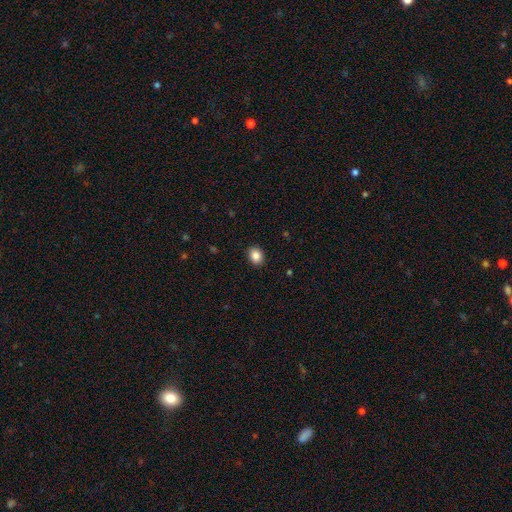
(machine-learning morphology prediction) This is clearly a smooth galaxy (87%). How rounded: possibly in between (52%). Merging: clearly none (90%).